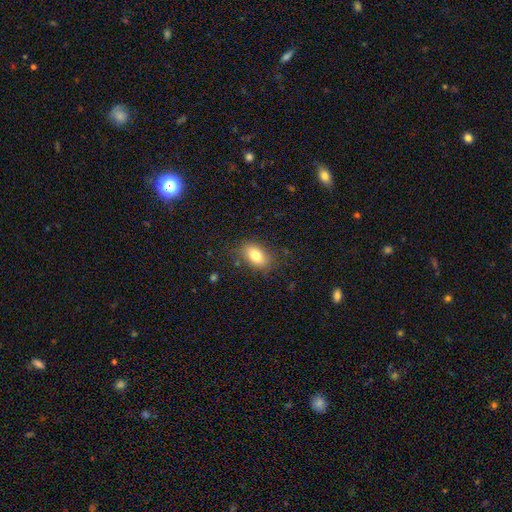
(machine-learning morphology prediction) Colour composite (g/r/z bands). It shows a smooth galaxy with no disk features (79%) that is in between round and cigar-shaped (86%). Merging: none (82%).